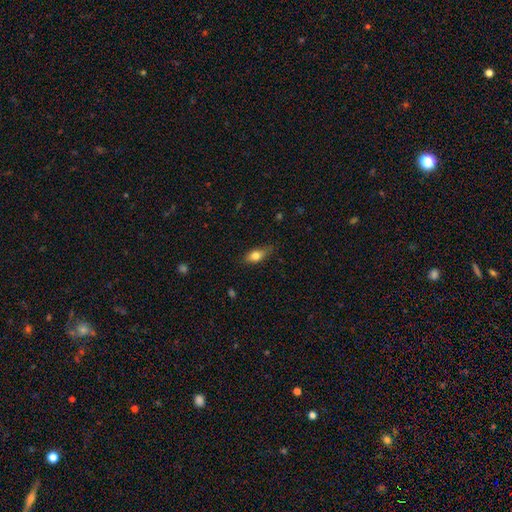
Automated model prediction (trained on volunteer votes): A smooth galaxy with no disk features (74%) that is in between round and cigar-shaped (76%). Merging: none (72%).